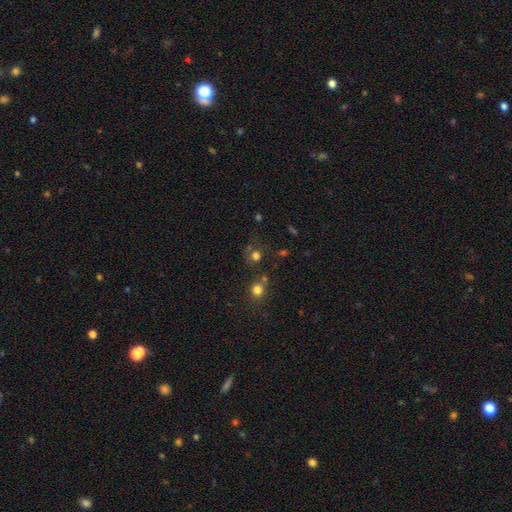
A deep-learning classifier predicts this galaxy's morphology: A smooth galaxy with no disk features (68%) that is round (86%). Merging: none (64%).